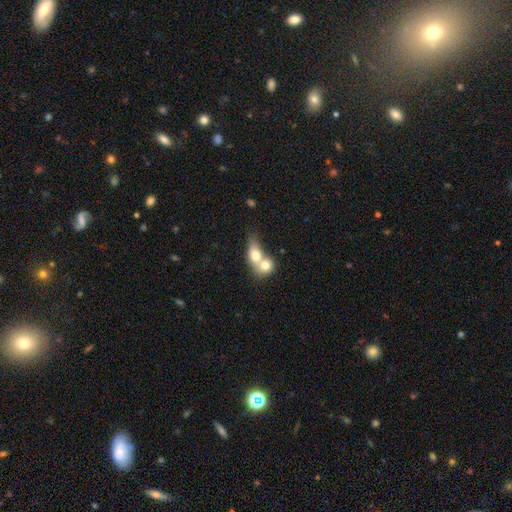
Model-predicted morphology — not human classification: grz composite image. It shows a smooth galaxy with no disk features (69%) that is in between round and cigar-shaped (51%). Merging: merger (78%).